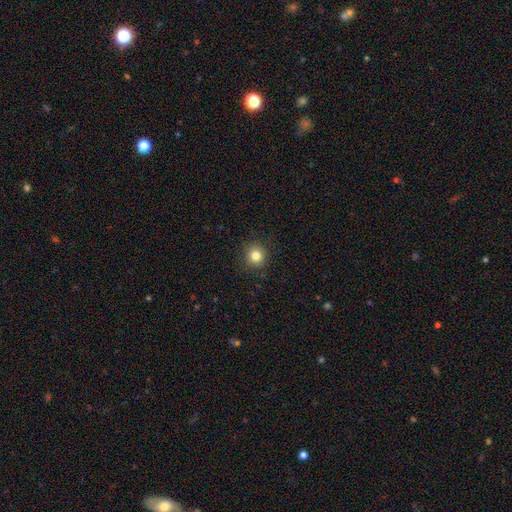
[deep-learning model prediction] smooth-or-featured: smooth: 82% | star or artifact: 12% | featured or disk: 6%
  how-rounded: round: 92% | in between: 7% | cigar-shaped: 1%
  merging: none: 91% | minor disturbance: 6% | major disturbance: 2% | merger: 1%